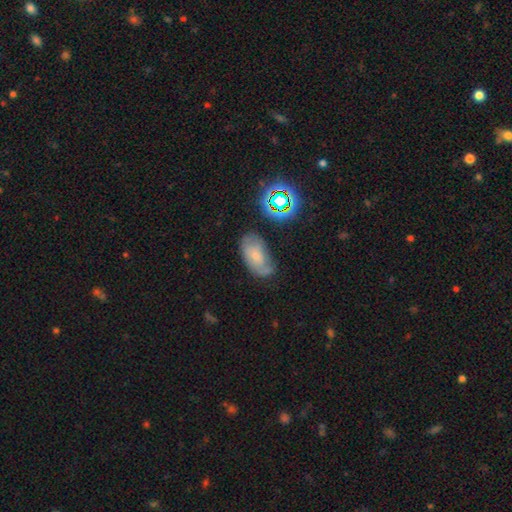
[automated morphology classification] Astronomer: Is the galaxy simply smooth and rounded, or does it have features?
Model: smooth — 45% (runner-up: featured or disk, 40%).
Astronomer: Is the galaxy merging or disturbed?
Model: none — 56%.